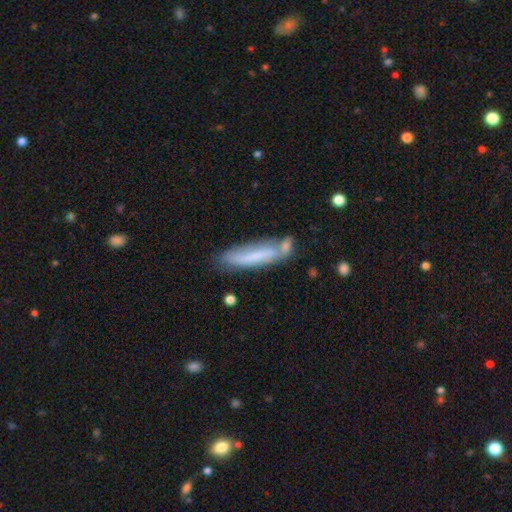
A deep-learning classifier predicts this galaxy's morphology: The model was most divided on "smooth or featured": smooth: 60%, featured or disk: 33%, star or artifact: 7%. More confident: how rounded — cigar-shaped (83%); merging — none (55%).